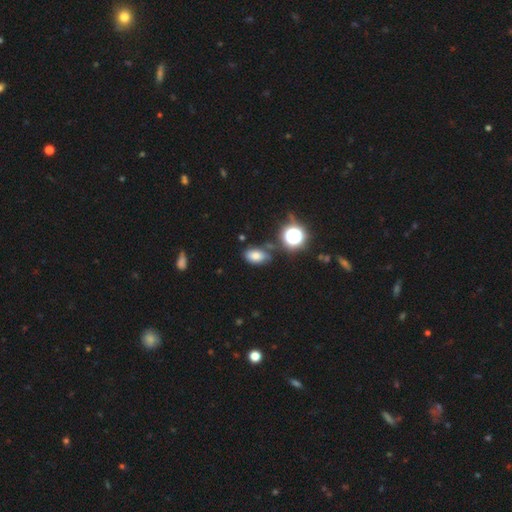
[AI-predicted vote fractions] Smooth or featured? Predicted: smooth (p=0.70). How rounded? Predicted: in between (p=0.85). Merging? Predicted: none (p=0.67).